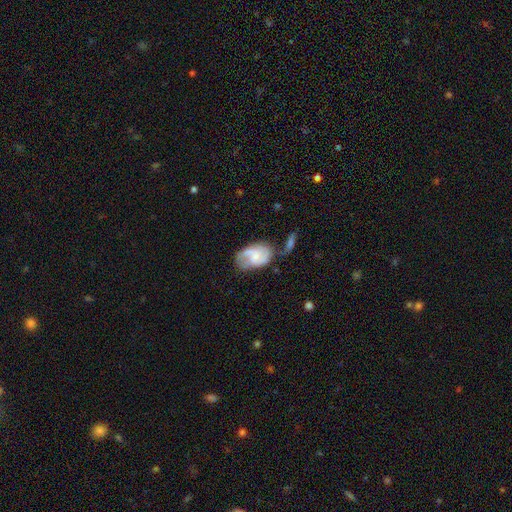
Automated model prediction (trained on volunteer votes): Smooth or featured? featured or disk (60%)
Edge-on disk? no (97%)
Bar? no (57%)
Spiral arms? yes (83%)
Bulge size? small (56%)
Merging? none (44%)